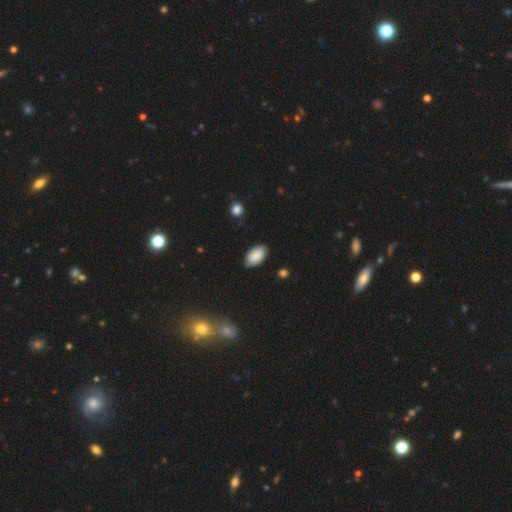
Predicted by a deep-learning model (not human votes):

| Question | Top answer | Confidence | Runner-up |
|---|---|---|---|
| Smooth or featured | smooth | 85% | featured or disk (9%) |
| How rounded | in between | 95% | round (3%) |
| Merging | none | 81% | minor disturbance (15%) |